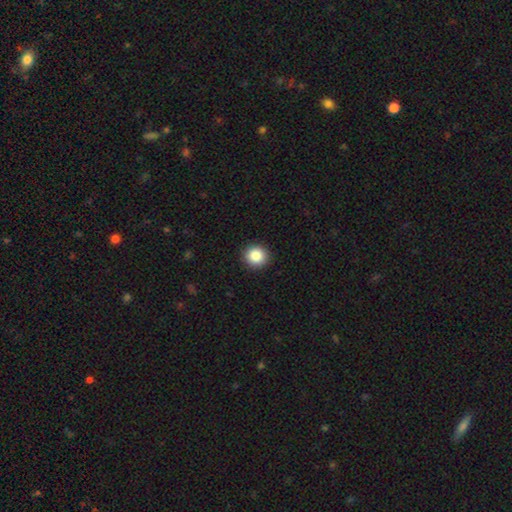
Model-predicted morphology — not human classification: This is clearly a smooth galaxy (86%). How rounded: clearly round (92%). Merging: clearly none (92%).